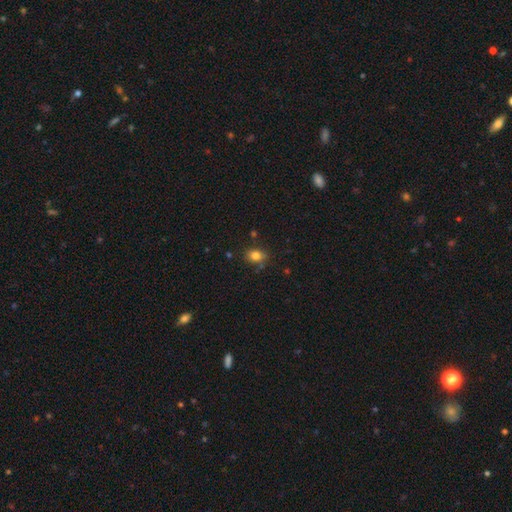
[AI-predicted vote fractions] The model was most divided on "how rounded": in between: 61%, round: 38%, cigar-shaped: 1%. More confident: smooth or featured — smooth (81%); merging — none (78%).